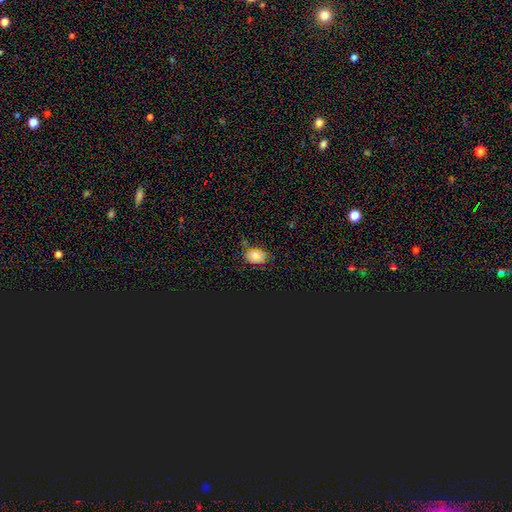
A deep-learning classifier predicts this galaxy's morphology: This is likely a smooth galaxy (67%). How rounded: likely in between (73%). Merging: likely none (70%).